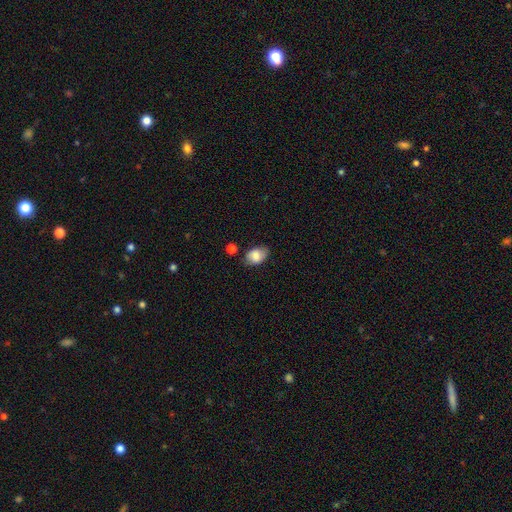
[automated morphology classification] A smooth galaxy with no disk features (80%) that is in between round and cigar-shaped (83%). Merging: none (69%).